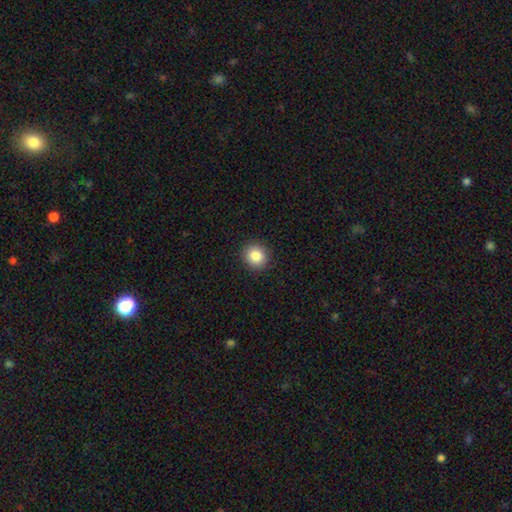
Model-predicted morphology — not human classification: smooth_or_featured: smooth (p=0.85) [alt: star or artifact p=0.09]
how_rounded: round (p=0.87) [alt: in between p=0.12]
merging: none (p=0.91) [alt: minor disturbance p=0.06]